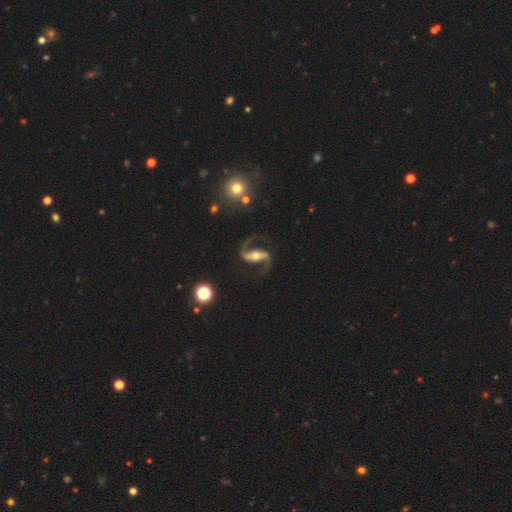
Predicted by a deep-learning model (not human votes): Smooth or featured: featured or disk — 91% (smooth — 5%)
Edge-on disk: no — 96% (yes — 4%)
Bar: strong — 56% (weak — 25%)
Spiral arms: yes — 97% (no — 3%)
Spiral winding: loose — 57% (medium — 36%)
Spiral arm count: 2 — 94% (1 — 2%)
Bulge size: moderate — 63% (small — 25%)
Merging: none — 80% (minor disturbance — 11%)